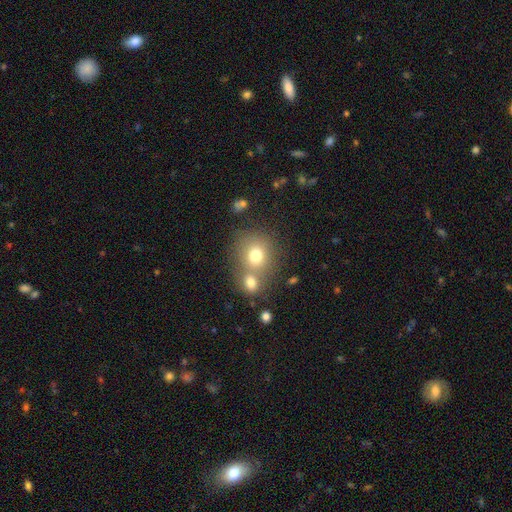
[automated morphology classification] smooth_or_featured: smooth (p=0.74) [alt: featured or disk p=0.14]
how_rounded: round (p=0.81) [alt: in between p=0.18]
merging: none (p=0.48) [alt: merger p=0.39]